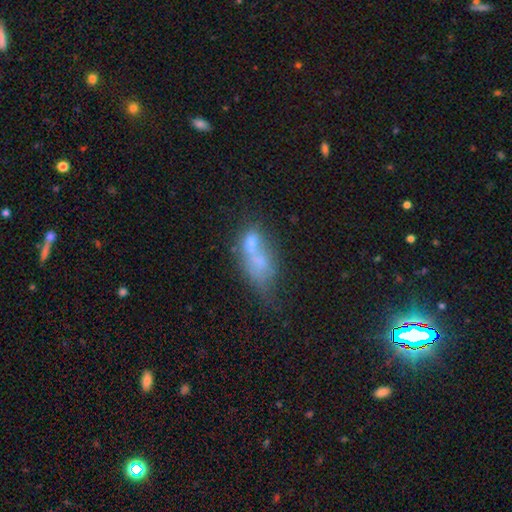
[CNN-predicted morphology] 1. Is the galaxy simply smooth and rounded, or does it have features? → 52% smooth, 33% featured or disk, 15% star or artifact.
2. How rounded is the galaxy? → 74% in between, 13% round, 13% cigar-shaped.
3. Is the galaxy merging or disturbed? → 48% merger, 24% none, 14% minor disturbance, 13% major disturbance.